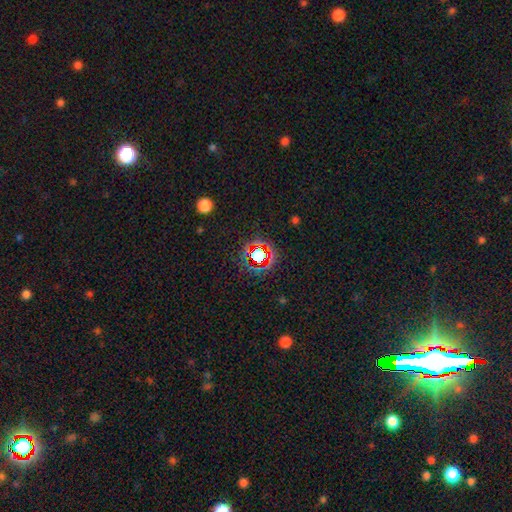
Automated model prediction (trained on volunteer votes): smooth-or-featured: star or artifact: 71% | smooth: 18% | featured or disk: 11%